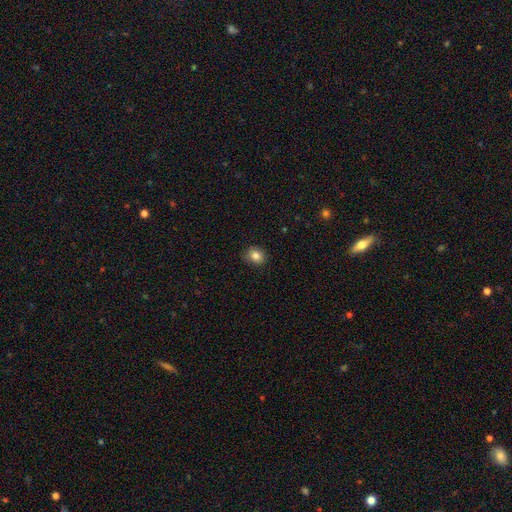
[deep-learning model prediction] Smooth or featured: smooth — 82% (star or artifact — 11%)
How rounded: round — 71% (in between — 28%)
Merging: none — 85% (minor disturbance — 11%)